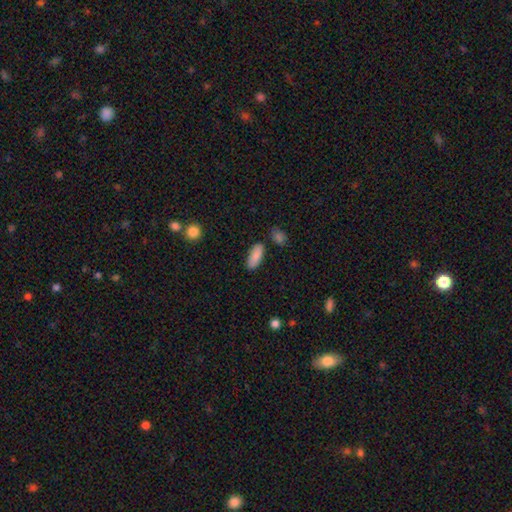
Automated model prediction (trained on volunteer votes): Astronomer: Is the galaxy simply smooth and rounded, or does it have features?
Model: smooth — 87%.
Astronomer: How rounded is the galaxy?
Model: in between — 80%.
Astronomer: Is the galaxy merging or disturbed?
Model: none — 83%.